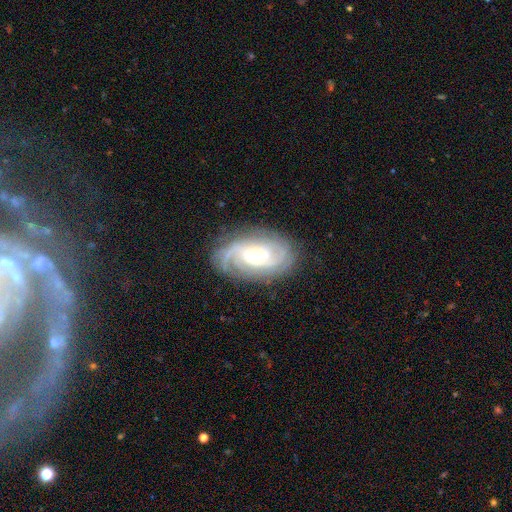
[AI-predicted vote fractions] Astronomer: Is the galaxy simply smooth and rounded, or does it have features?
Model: featured or disk — 84%.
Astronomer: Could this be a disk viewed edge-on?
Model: no — 95%.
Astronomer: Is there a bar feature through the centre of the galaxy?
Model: no — 59%.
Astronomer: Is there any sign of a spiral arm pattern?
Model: yes — 96%.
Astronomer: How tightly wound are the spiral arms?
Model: tight — 62%.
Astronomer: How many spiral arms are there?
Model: can't tell — 28% (runner-up: 2, 26%).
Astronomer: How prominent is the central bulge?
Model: moderate — 53% (runner-up: small, 38%).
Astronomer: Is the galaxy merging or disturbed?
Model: none — 78%.